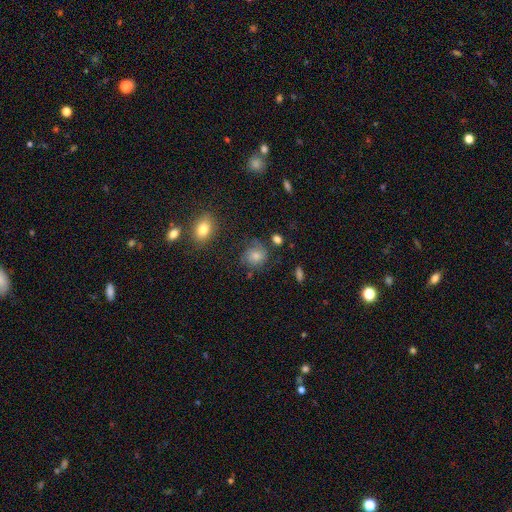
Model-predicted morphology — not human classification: Smooth or featured? smooth (52%)
How rounded? round (74%)
Merging? none (62%)